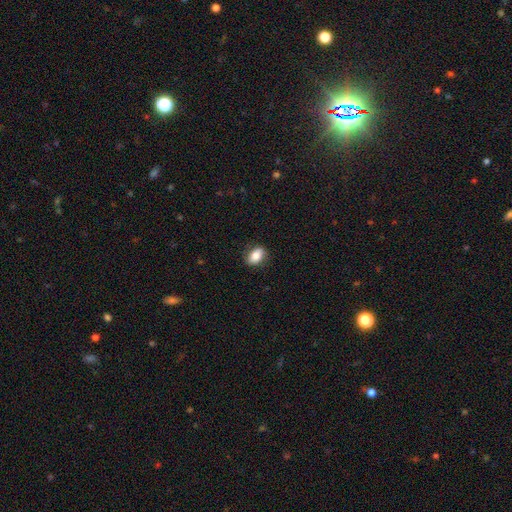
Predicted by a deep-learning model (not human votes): Smooth or featured? Predicted: smooth (p=0.81). How rounded? Predicted: in between (p=0.84). Merging? Predicted: none (p=0.81).